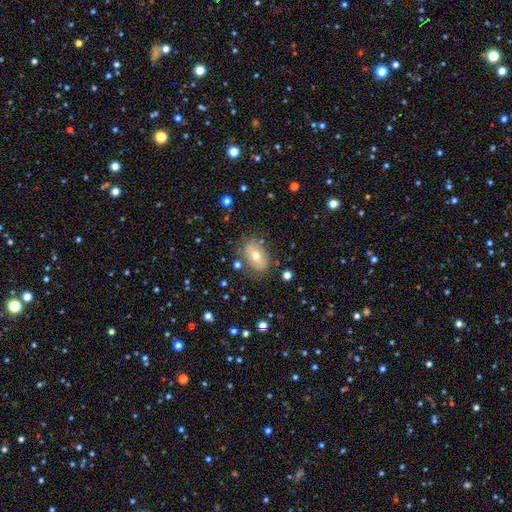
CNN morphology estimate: Smooth or featured? smooth (56%)
How rounded? in between (81%)
Merging? none (72%)